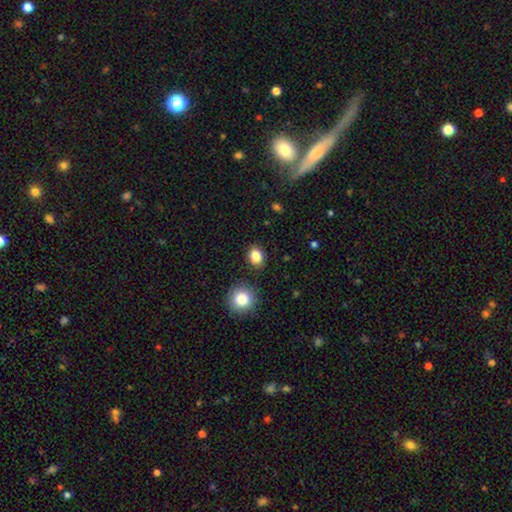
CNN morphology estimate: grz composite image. It shows a smooth galaxy with no disk features (84%) that is round (53%). Merging: none (85%).